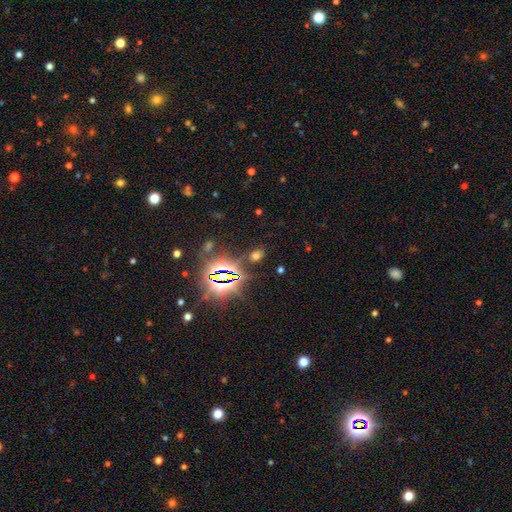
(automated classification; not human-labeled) smooth_or_featured: star or artifact (p=0.48) [alt: smooth p=0.44]